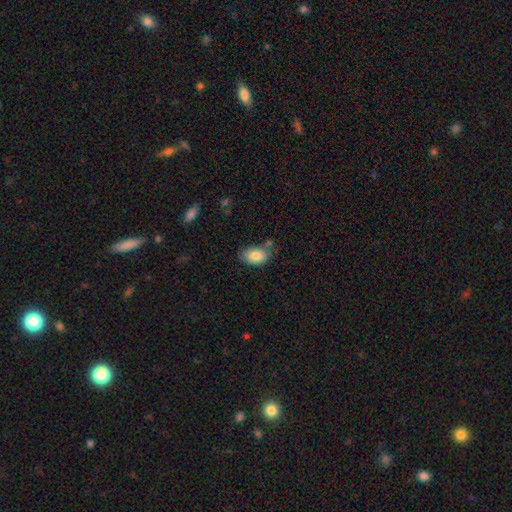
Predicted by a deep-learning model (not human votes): Smooth or featured?
  - smooth: 82% *
  - featured or disk: 10%
  - star or artifact: 7%
How rounded?
  - in between: 90% *
  - round: 9%
  - cigar-shaped: 1%
Merging?
  - none: 64% *
  - minor disturbance: 23%
  - merger: 8%
  - major disturbance: 5%